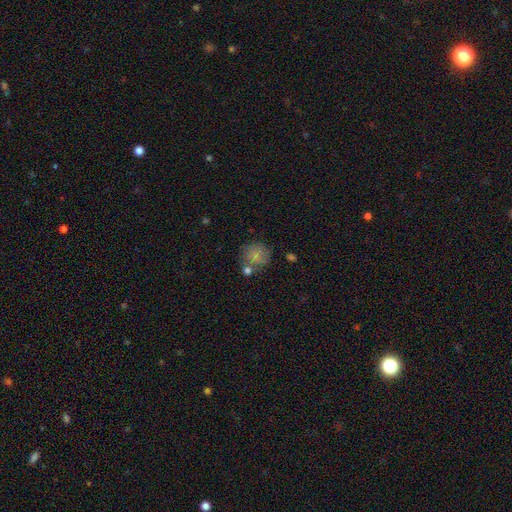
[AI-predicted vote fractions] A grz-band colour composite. It shows a smooth galaxy with no disk features (77%) that is round (86%). Merging: none (59%).